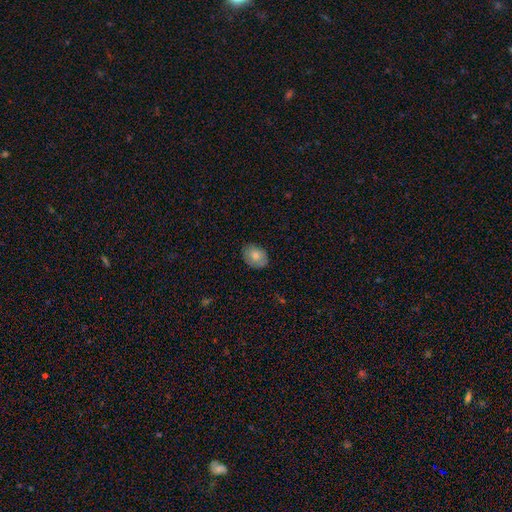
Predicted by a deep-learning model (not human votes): smooth 78%, featured or disk 15%, star or artifact 7%. Down the decision tree: how rounded — in between (65%); merging — none (78%).